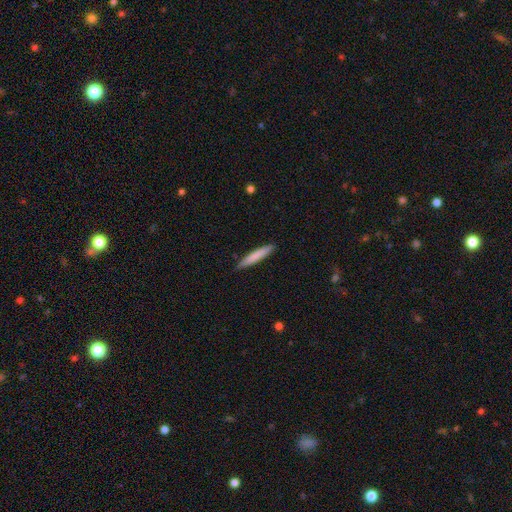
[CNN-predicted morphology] Smooth or featured: smooth — 78% (featured or disk — 17%)
How rounded: cigar-shaped — 94% (in between — 5%)
Merging: none — 88% (minor disturbance — 10%)